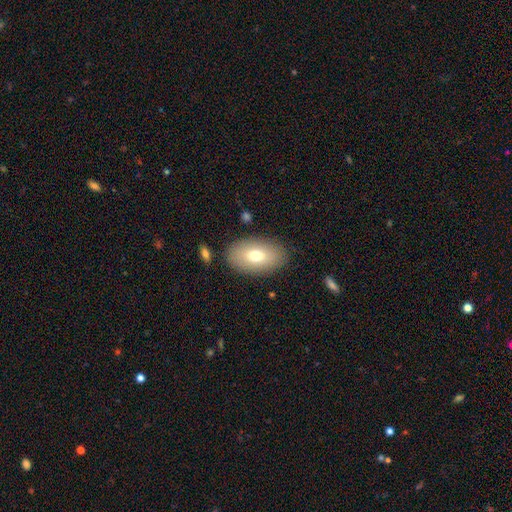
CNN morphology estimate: type=smooth (72%); roundness=in between (92%); merging=none (86%).